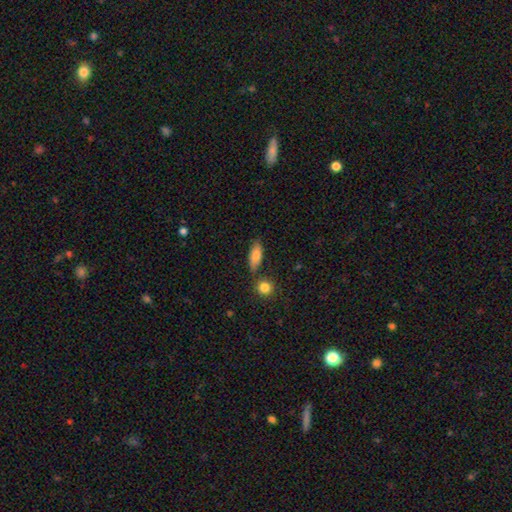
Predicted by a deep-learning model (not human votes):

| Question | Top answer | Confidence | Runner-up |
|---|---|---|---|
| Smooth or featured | smooth | 79% | featured or disk (14%) |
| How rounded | in between | 76% | cigar-shaped (21%) |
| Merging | none | 73% | minor disturbance (15%) |